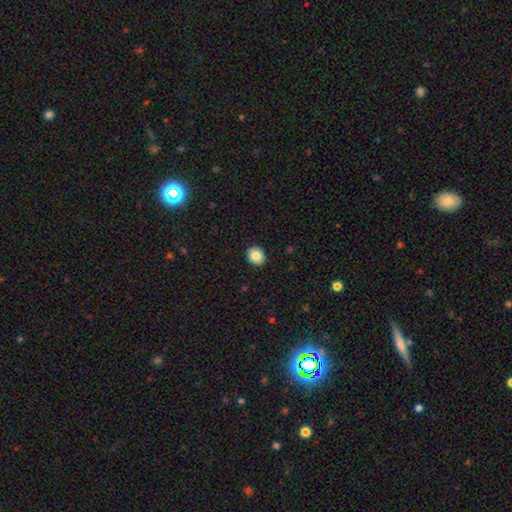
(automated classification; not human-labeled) Smooth or featured? smooth (84%)
How rounded? round (66%)
Merging? none (91%)